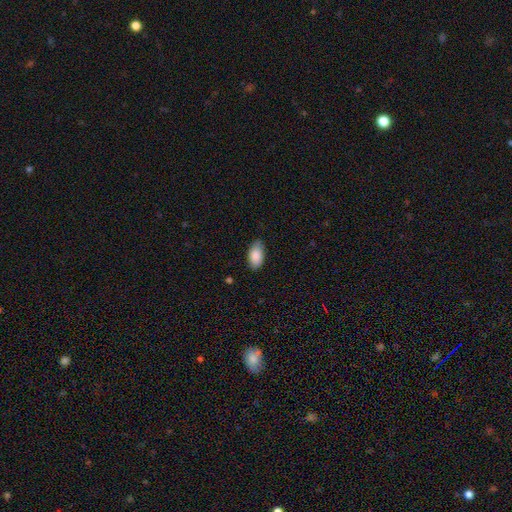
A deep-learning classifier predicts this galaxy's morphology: Overall: smooth (88%). How rounded: in between (94%). Merging: none (80%).